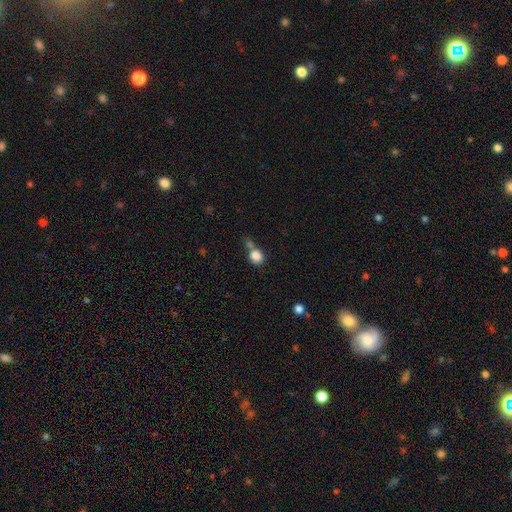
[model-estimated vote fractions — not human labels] Smooth or featured?
  - smooth: 84% *
  - star or artifact: 10%
  - featured or disk: 6%
How rounded?
  - round: 75% *
  - in between: 23%
  - cigar-shaped: 1%
Merging?
  - none: 47% *
  - merger: 34%
  - minor disturbance: 13%
  - major disturbance: 6%